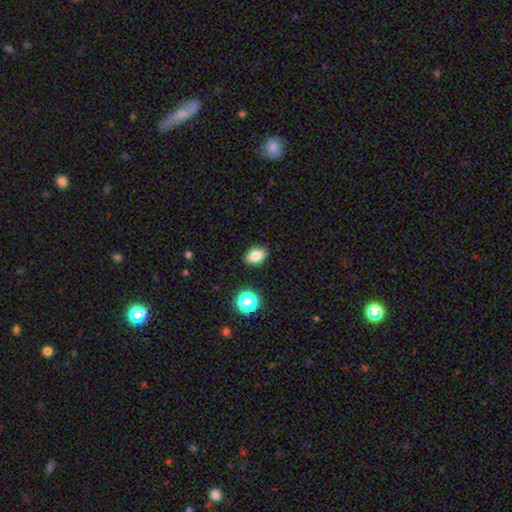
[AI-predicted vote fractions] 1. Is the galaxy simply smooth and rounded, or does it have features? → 83% smooth, 11% star or artifact, 6% featured or disk.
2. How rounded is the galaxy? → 76% in between, 23% round, 1% cigar-shaped.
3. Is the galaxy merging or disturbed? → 88% none, 8% minor disturbance, 2% major disturbance, 2% merger.